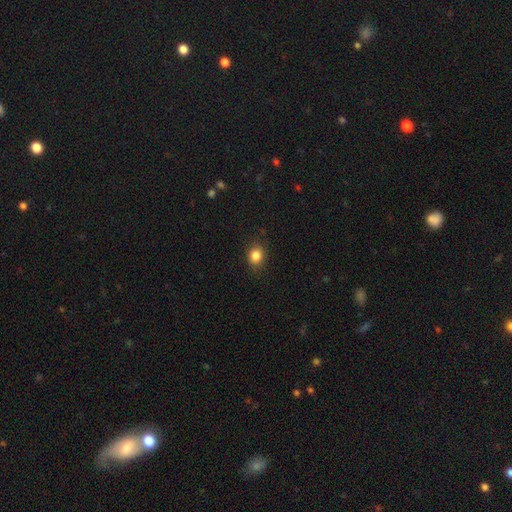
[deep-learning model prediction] smooth-or-featured: smooth: 84% | star or artifact: 10% | featured or disk: 6%
  how-rounded: round: 56% | in between: 43% | cigar-shaped: 1%
  merging: none: 83% | minor disturbance: 13% | major disturbance: 3% | merger: 1%